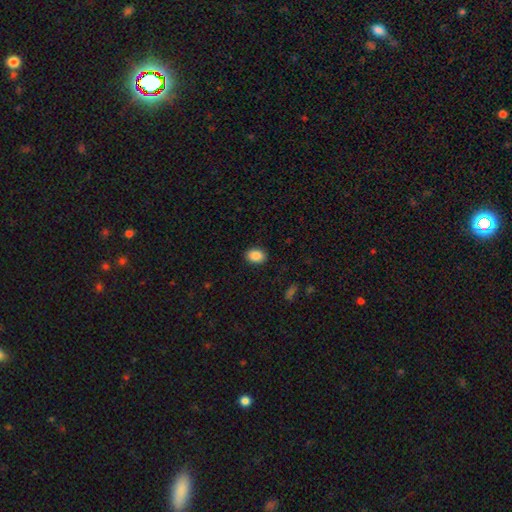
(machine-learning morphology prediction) This is clearly a smooth galaxy (88%). How rounded: likely in between (74%). Merging: clearly none (89%).